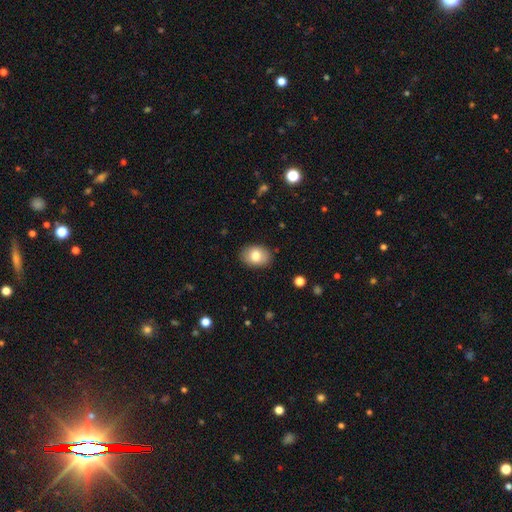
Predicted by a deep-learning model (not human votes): A smooth galaxy with no disk features (80%) that is in between round and cigar-shaped (76%).

Vote fractions:
- Smooth or featured? smooth: 80% / featured or disk: 13% / star or artifact: 8%
- How rounded? in between: 76% / round: 23% / cigar-shaped: 1%
- Merging? none: 87% / minor disturbance: 10% / major disturbance: 2% / merger: 1%